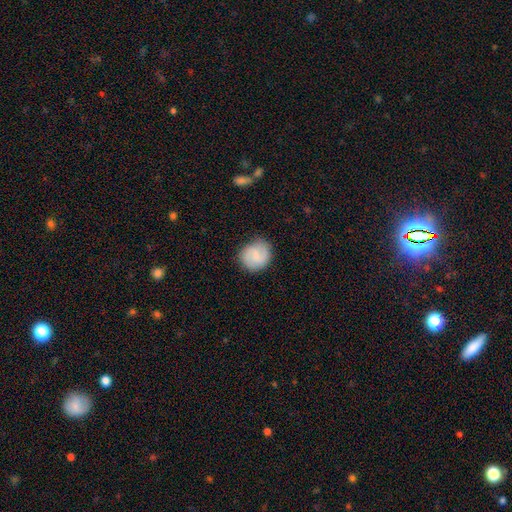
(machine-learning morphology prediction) smooth-or-featured: smooth: 48% | featured or disk: 45% | star or artifact: 7%
  merging: none: 82% | minor disturbance: 13% | major disturbance: 3% | merger: 1%